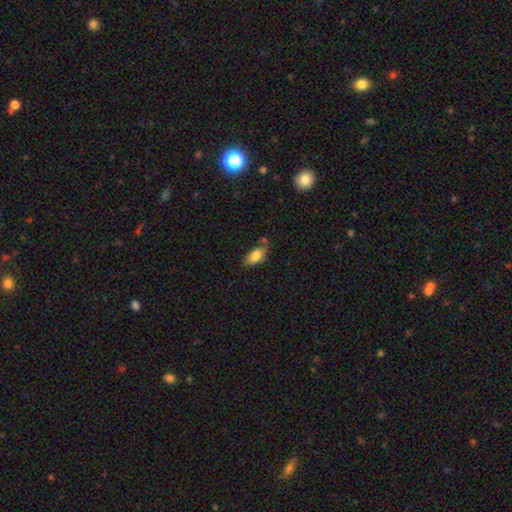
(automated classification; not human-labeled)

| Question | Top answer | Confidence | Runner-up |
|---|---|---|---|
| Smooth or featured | smooth | 82% | featured or disk (11%) |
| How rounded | in between | 88% | cigar-shaped (9%) |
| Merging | none | 66% | minor disturbance (22%) |